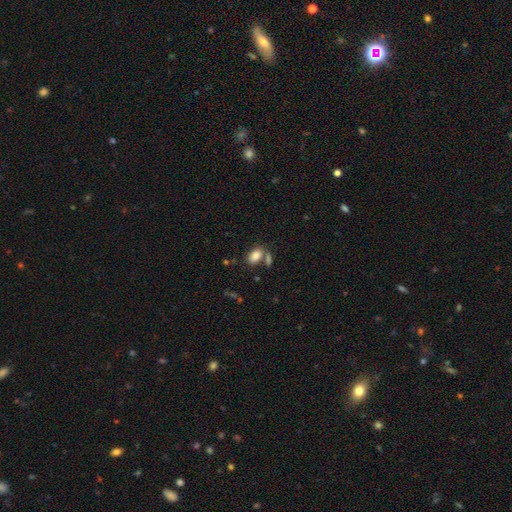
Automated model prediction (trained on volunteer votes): A smooth galaxy with no disk features (84%) that is in between round and cigar-shaped (90%).

Vote fractions:
- Smooth or featured? smooth: 84% / star or artifact: 9% / featured or disk: 7%
- How rounded? in between: 90% / round: 8% / cigar-shaped: 2%
- Merging? none: 60% / merger: 24% / minor disturbance: 12% / major disturbance: 4%